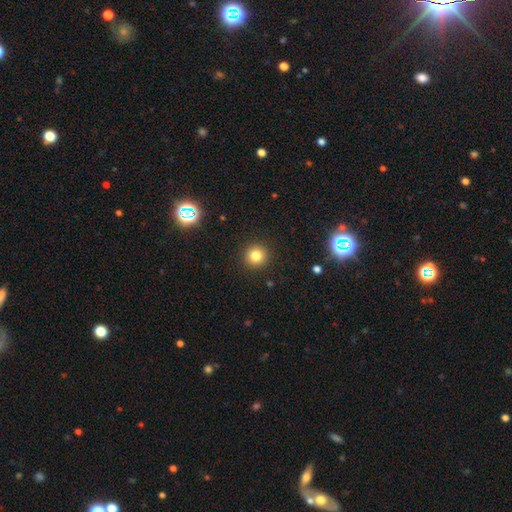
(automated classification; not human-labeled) Overall: smooth (81%). How rounded: round (95%). Merging: none (92%).